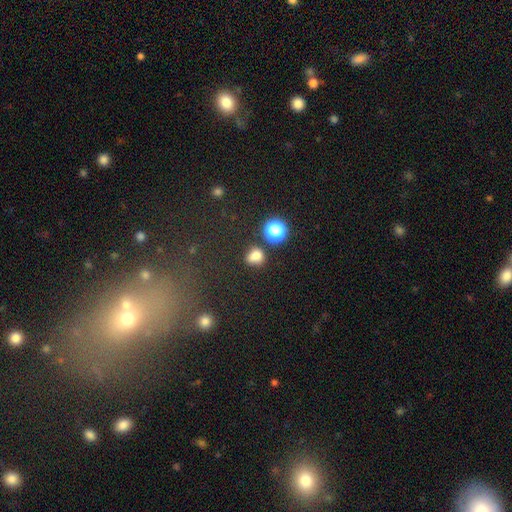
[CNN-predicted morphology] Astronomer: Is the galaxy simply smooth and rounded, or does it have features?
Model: smooth — 75%.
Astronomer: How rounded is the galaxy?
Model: round — 56% (runner-up: in between, 42%).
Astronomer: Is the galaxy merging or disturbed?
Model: none — 62%.